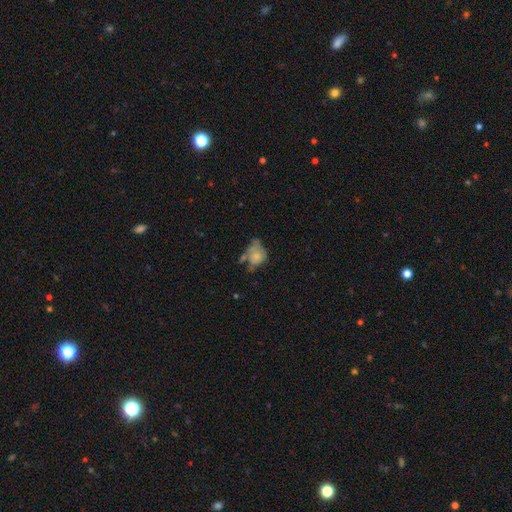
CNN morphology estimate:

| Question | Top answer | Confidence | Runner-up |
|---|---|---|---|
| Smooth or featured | smooth | 64% | featured or disk (26%) |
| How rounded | in between | 57% | round (41%) |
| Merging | minor disturbance | 28% | none (26%) |